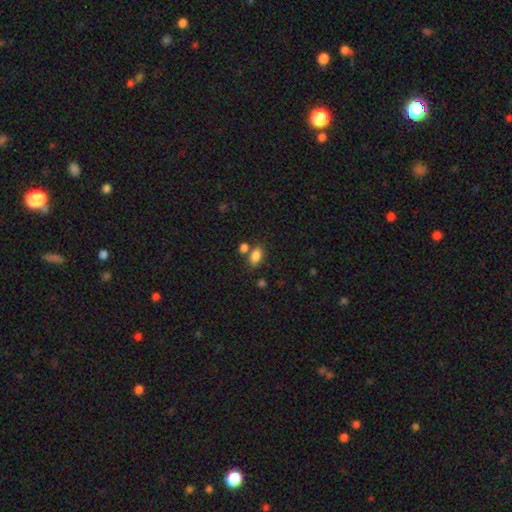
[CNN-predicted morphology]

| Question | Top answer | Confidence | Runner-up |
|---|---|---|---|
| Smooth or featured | smooth | 85% | star or artifact (10%) |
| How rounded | in between | 87% | round (11%) |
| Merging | none | 65% | merger (20%) |